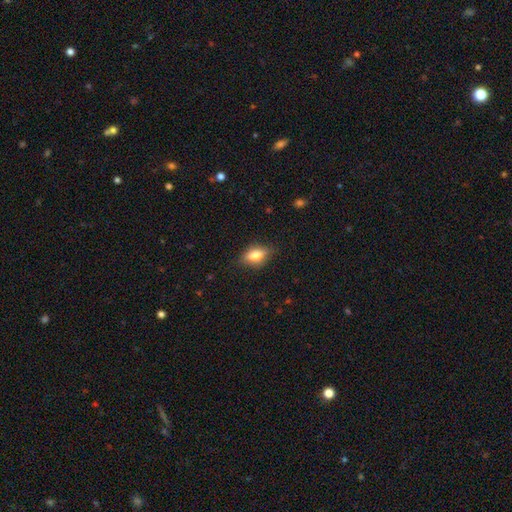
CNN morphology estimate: Smooth or featured: smooth — 67% (featured or disk — 24%)
How rounded: in between — 77% (cigar-shaped — 14%)
Merging: none — 78% (minor disturbance — 16%)